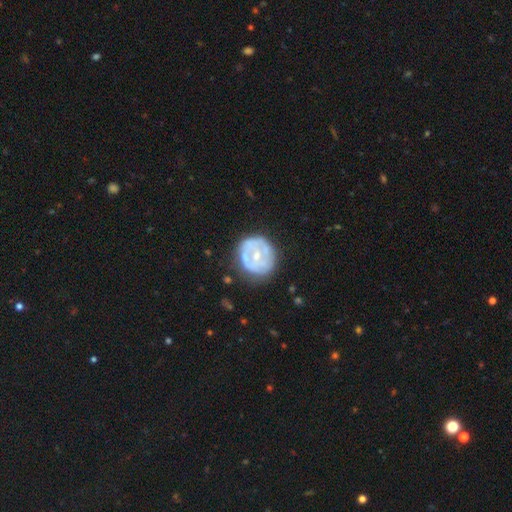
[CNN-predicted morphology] Smooth or featured? Predicted: featured or disk (p=0.57). Edge-on disk? Predicted: no (p=0.97). Bar? Predicted: no (p=0.64). Spiral arms? Predicted: no (p=0.68). Bulge size? Predicted: small (p=0.49). Merging? Predicted: none (p=0.67).